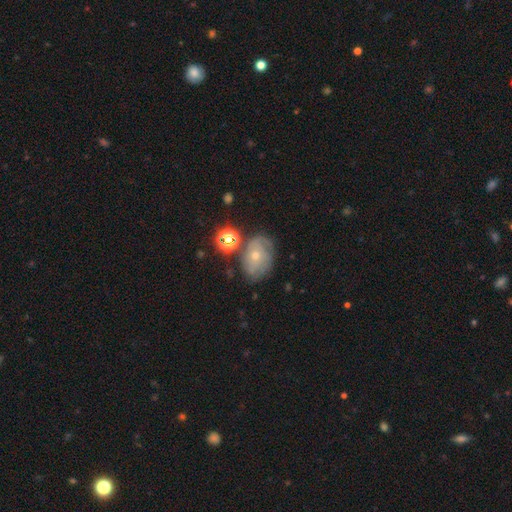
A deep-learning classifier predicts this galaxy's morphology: This is possibly a featured or disk galaxy (58%). It is clearly not viewed edge-on (96%). Bar: likely no (80%). Spiral arm pattern: clearly yes (81%). Central bulge: possibly small (52%). Merging: likely none (61%).